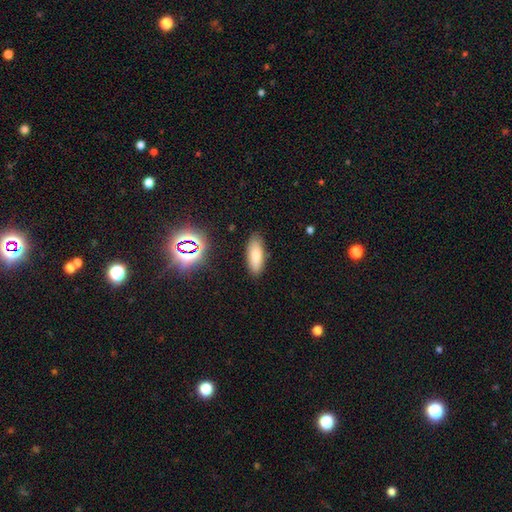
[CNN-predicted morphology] Smooth or featured: smooth — 79% (featured or disk — 11%)
How rounded: in between — 72% (cigar-shaped — 26%)
Merging: none — 85% (minor disturbance — 11%)